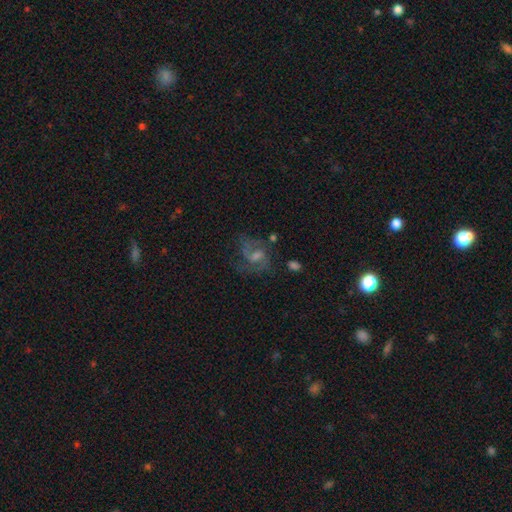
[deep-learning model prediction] The model was most divided on "bulge size" (2-way tie): moderate: 39%, small: 39%, none: 14%, large: 6%, dominant: 2%. More confident: edge-on disk — no (97%); spiral arms — yes (90%); smooth or featured — featured or disk (70%); spiral arm count — 2 (69%); merging — none (60%); spiral winding — medium (51%); bar — weak (51%).